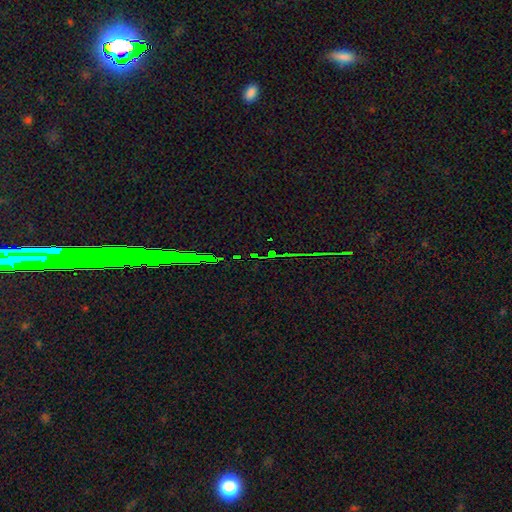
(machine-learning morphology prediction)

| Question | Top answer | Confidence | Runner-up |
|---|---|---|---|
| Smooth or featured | star or artifact | 80% | smooth (11%) |